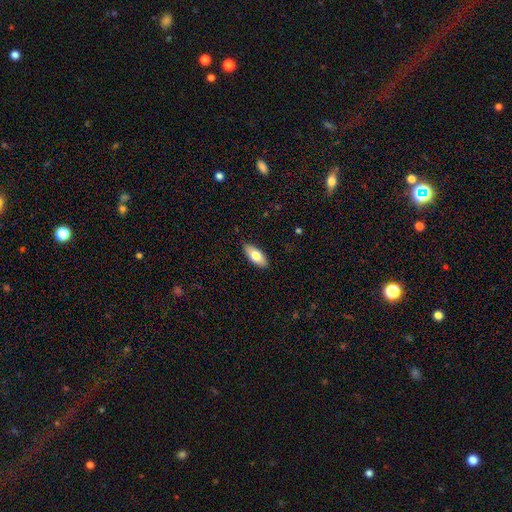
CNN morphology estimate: Smooth or featured? smooth (77%)
How rounded? in between (85%)
Merging? none (86%)